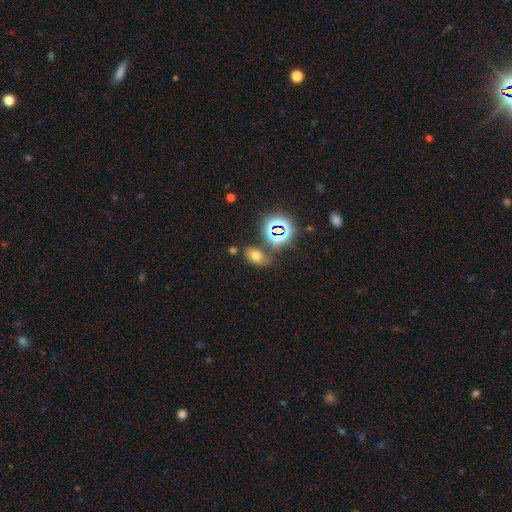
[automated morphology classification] Smooth or featured?
  - smooth: 63% *
  - star or artifact: 25%
  - featured or disk: 12%
How rounded?
  - in between: 80% *
  - round: 18%
  - cigar-shaped: 2%
Merging?
  - none: 72% *
  - minor disturbance: 13%
  - merger: 10%
  - major disturbance: 5%